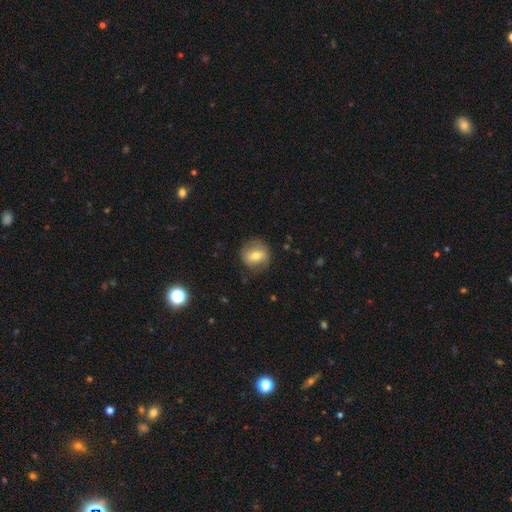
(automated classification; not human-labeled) smooth-or-featured: smooth: 59% | featured or disk: 32% | star or artifact: 8%
  how-rounded: round: 80% | in between: 19% | cigar-shaped: 1%
  merging: none: 75% | minor disturbance: 17% | major disturbance: 6% | merger: 1%